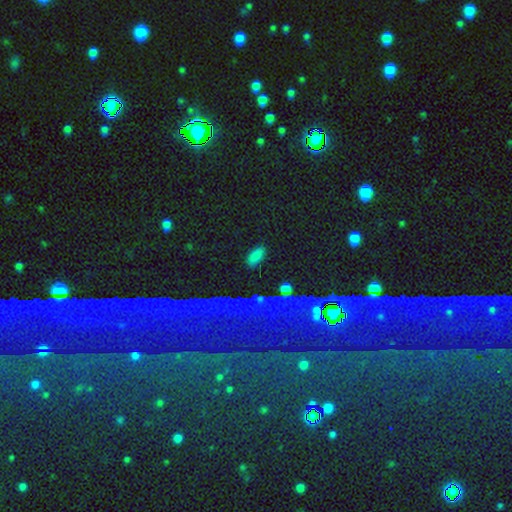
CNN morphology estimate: This is likely a smooth galaxy (76%). How rounded: clearly in between (82%). Merging: clearly none (84%).